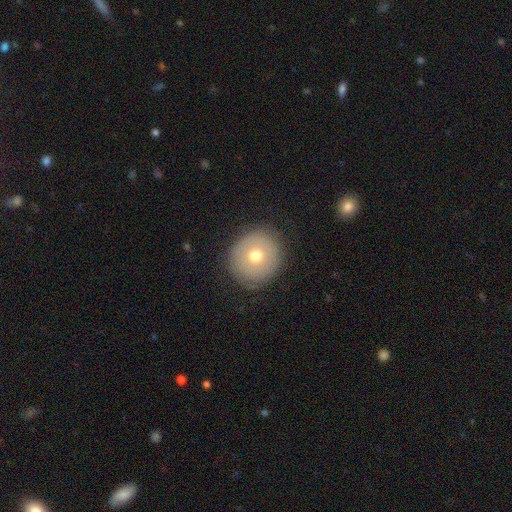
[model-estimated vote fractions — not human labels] A smooth galaxy with no disk features (65%) that is round (89%). Merging: none (84%).